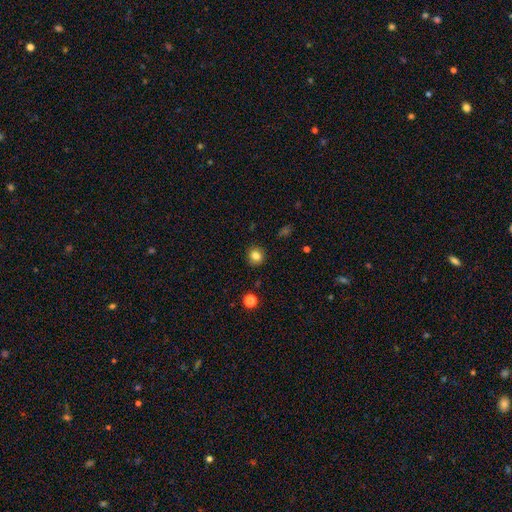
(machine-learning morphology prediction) Overall: smooth (83%). How rounded: round (87%). Merging: none (90%).